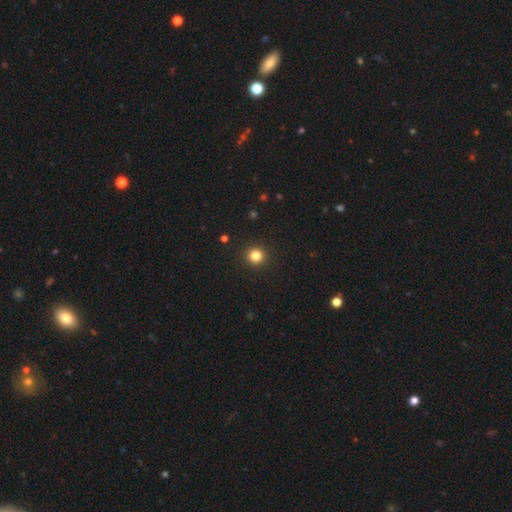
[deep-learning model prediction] A smooth galaxy with no disk features (83%) that is round (95%).

Vote fractions:
- Smooth or featured? smooth: 83% / star or artifact: 13% / featured or disk: 5%
- How rounded? round: 95% / in between: 5% / cigar-shaped: 1%
- Merging? none: 93% / minor disturbance: 4% / major disturbance: 2% / merger: 1%